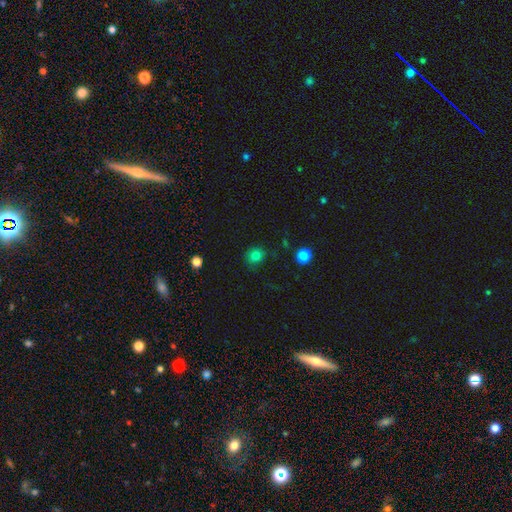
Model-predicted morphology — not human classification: A smooth galaxy with no disk features (81%) that is round (79%).

Vote fractions:
- Smooth or featured? smooth: 81% / star or artifact: 13% / featured or disk: 5%
- How rounded? round: 79% / in between: 20% / cigar-shaped: 1%
- Merging? none: 84% / minor disturbance: 11% / major disturbance: 3% / merger: 2%